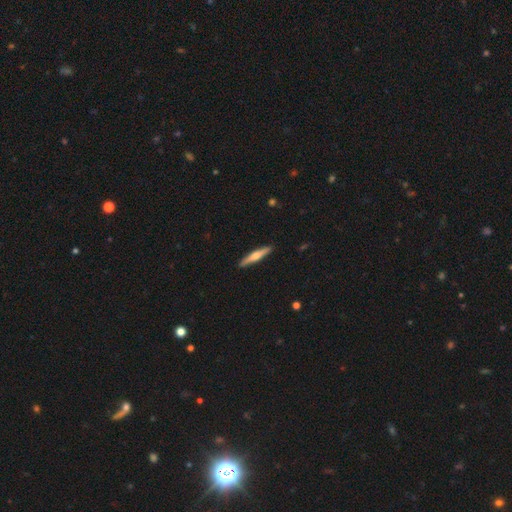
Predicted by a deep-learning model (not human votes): This is possibly a featured or disk galaxy (49%). Merging: clearly none (91%).